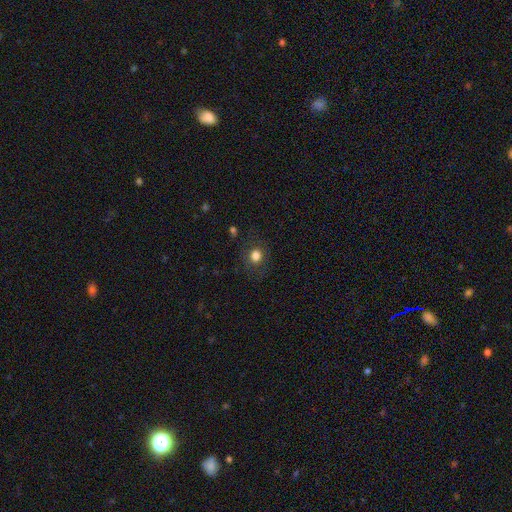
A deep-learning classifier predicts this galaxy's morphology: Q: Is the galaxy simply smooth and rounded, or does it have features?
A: smooth — 79%.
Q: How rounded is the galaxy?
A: round — 76%.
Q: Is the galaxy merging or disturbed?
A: none — 83%.